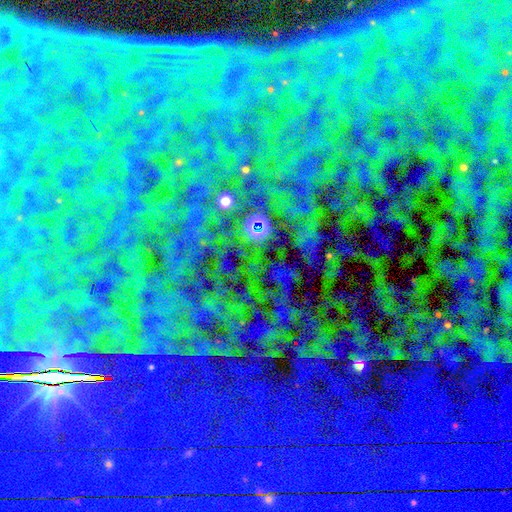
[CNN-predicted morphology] type=star or artifact (86%).